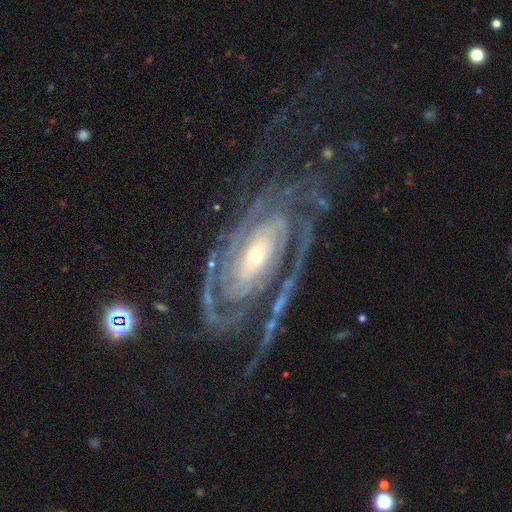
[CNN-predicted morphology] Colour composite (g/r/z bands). It shows a featured or disk galaxy (91%) with no bar (58%), 2 (43%) tight (69%) spiral arms (97%) and a small central bulge (62%). Merging: none (65%).